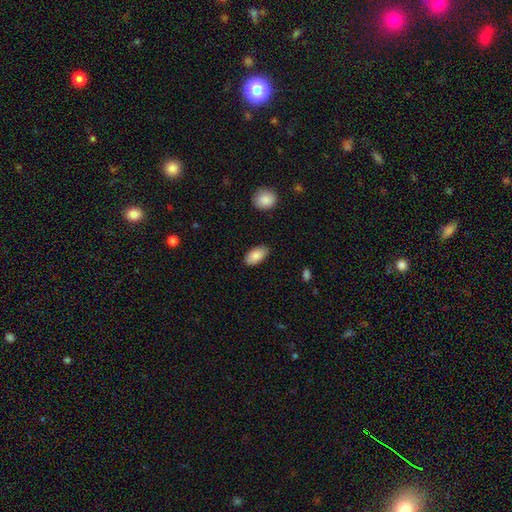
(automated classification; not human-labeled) Smooth or featured? Predicted: smooth (p=0.87). How rounded? Predicted: in between (p=0.94). Merging? Predicted: none (p=0.85).